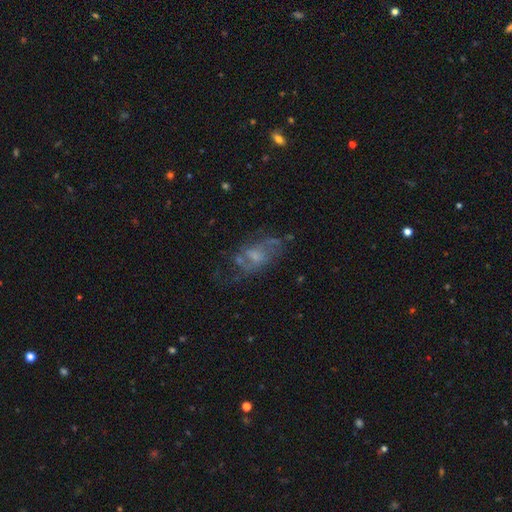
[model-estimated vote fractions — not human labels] featured or disk 63%, smooth 25%, star or artifact 12%. Down the decision tree: edge-on disk — no (95%); bar — no (61%); spiral arms — yes (56%); bulge size — small (47%); merging — none (44%).